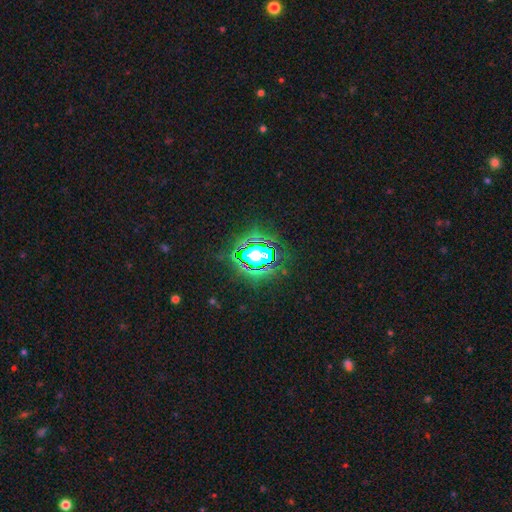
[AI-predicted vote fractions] This appears to be a star or artifact, not a galaxy (83%).